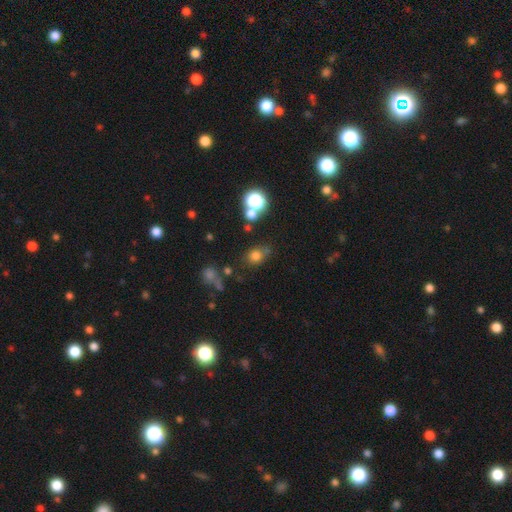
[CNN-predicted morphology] This is likely a smooth galaxy (73%). How rounded: likely round (63%). Merging: likely none (66%).